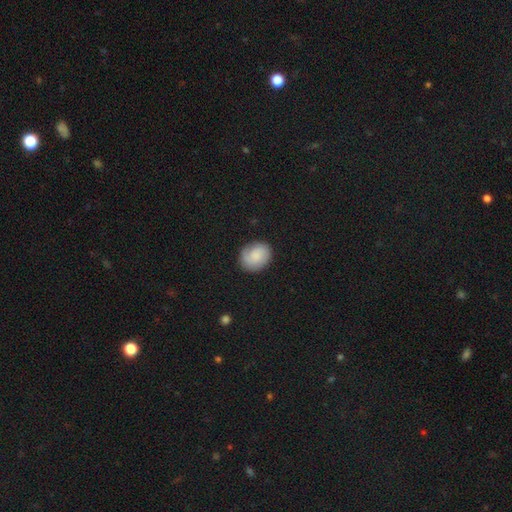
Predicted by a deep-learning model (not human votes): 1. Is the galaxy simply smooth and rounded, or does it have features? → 65% smooth, 28% featured or disk, 8% star or artifact.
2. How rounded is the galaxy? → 60% round, 39% in between, 1% cigar-shaped.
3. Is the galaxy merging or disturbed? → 78% none, 15% minor disturbance, 5% major disturbance, 1% merger.